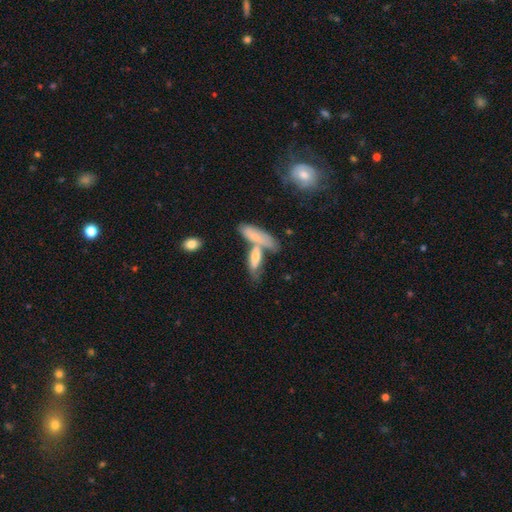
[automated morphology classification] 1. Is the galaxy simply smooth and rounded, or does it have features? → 57% smooth, 33% featured or disk, 10% star or artifact.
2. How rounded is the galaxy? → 54% cigar-shaped, 43% in between, 4% round.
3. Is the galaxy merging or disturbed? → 42% merger, 39% none, 13% minor disturbance, 6% major disturbance.